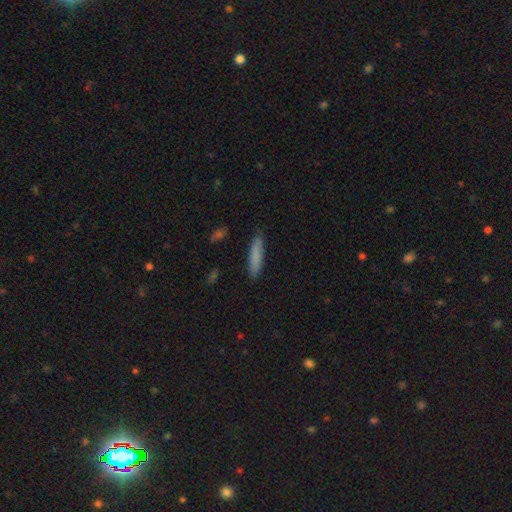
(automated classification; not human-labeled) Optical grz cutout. It shows a smooth galaxy with no disk features (83%) that is cigar-shaped (85%). Merging: none (87%).